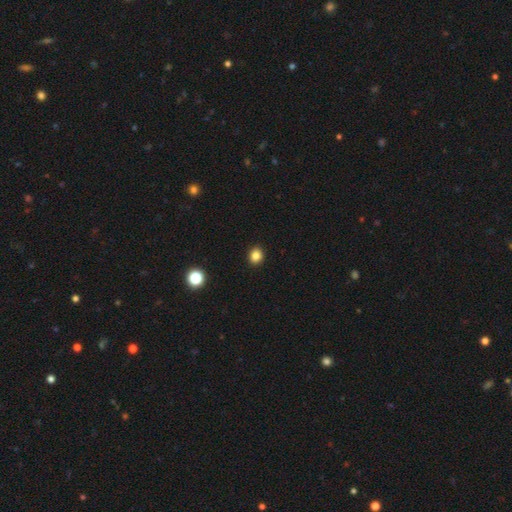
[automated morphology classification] This appears to be a smooth galaxy with no disk features (84%) that is round (70%). Merging: none (92%).